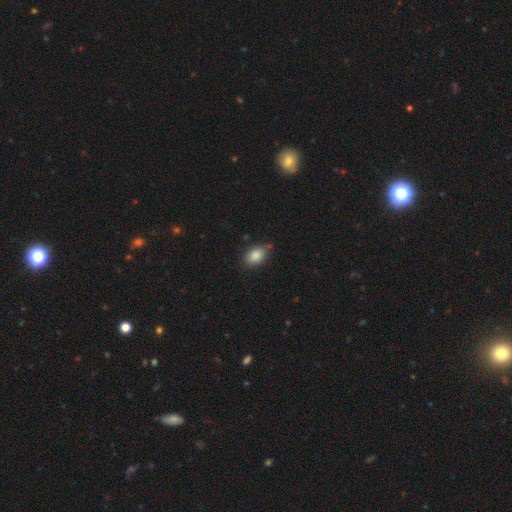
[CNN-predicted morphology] A smooth galaxy with no disk features (87%) that is in between round and cigar-shaped (87%).

Vote fractions:
- Smooth or featured? smooth: 87% / star or artifact: 8% / featured or disk: 5%
- How rounded? in between: 87% / round: 11% / cigar-shaped: 2%
- Merging? none: 76% / minor disturbance: 18% / major disturbance: 3% / merger: 3%